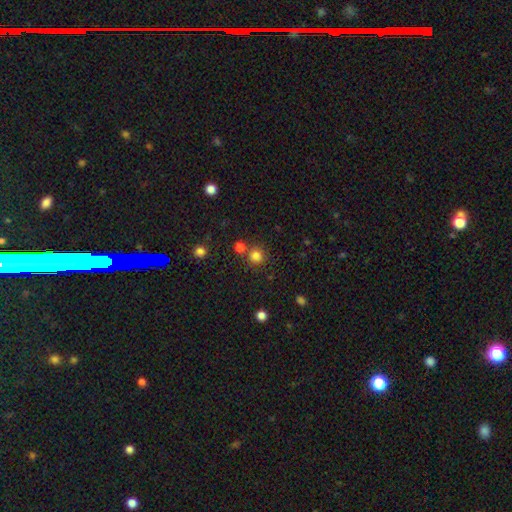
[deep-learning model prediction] Q: Smooth or featured?
A: smooth (80%); runner-up: star or artifact (15%)
Q: How rounded?
A: round (92%); runner-up: in between (7%)
Q: Merging?
A: none (74%); runner-up: merger (16%)